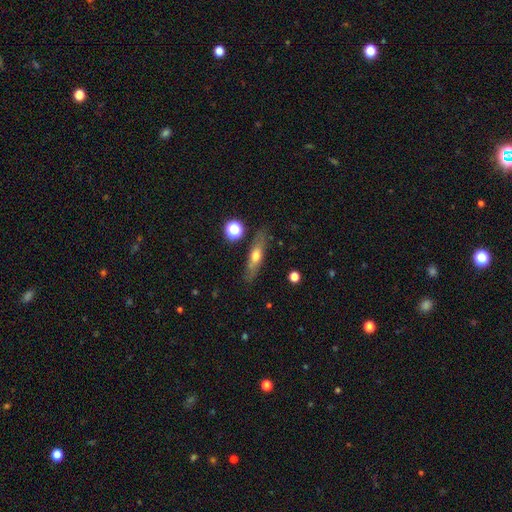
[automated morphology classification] Smooth or featured?
  - smooth: 49% *
  - featured or disk: 42%
  - star or artifact: 8%
Merging?
  - none: 80% *
  - minor disturbance: 14%
  - major disturbance: 4%
  - merger: 3%